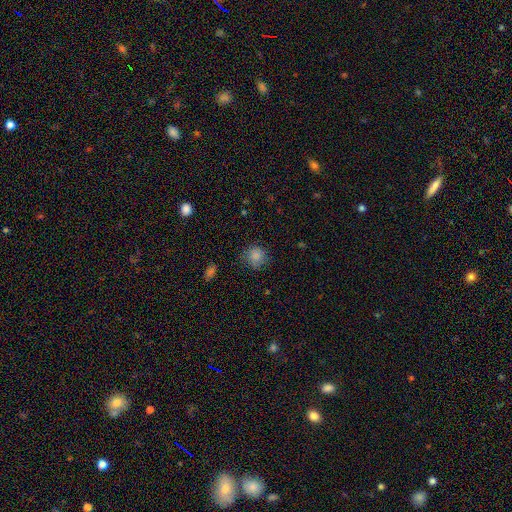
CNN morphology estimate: This is clearly a smooth galaxy (84%). How rounded: clearly round (89%). Merging: likely none (77%).